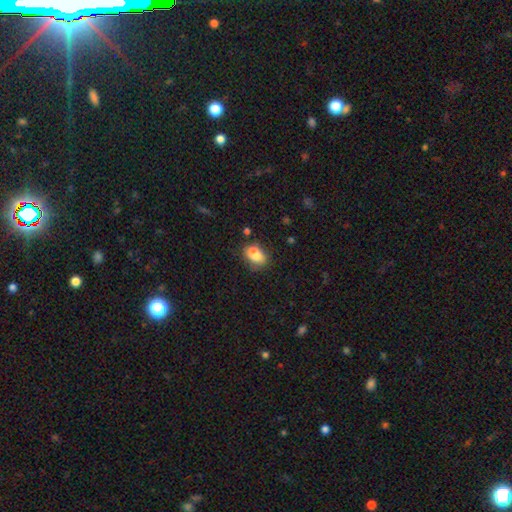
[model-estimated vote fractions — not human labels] This appears to be a smooth galaxy with no disk features (80%) that is in between round and cigar-shaped (83%). Merging: none (53%).